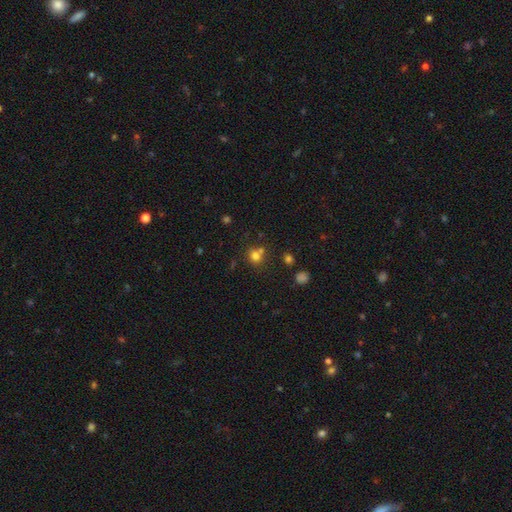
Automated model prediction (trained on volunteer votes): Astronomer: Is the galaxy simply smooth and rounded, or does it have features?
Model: smooth — 75%.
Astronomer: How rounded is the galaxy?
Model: round — 80%.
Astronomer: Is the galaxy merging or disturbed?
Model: none — 58%.